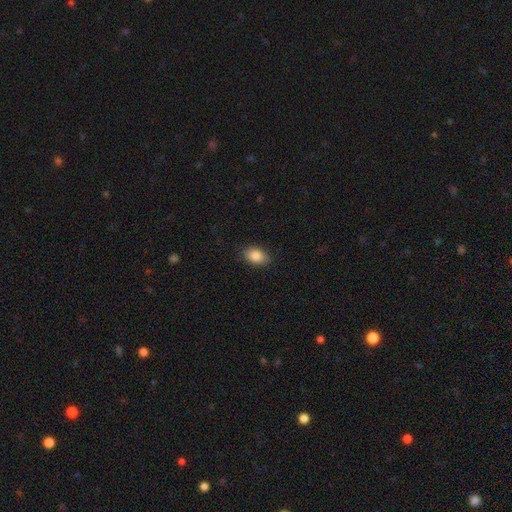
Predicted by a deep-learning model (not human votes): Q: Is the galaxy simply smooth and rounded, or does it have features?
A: smooth — 86%.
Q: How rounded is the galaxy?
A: in between — 86%.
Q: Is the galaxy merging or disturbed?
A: none — 86%.